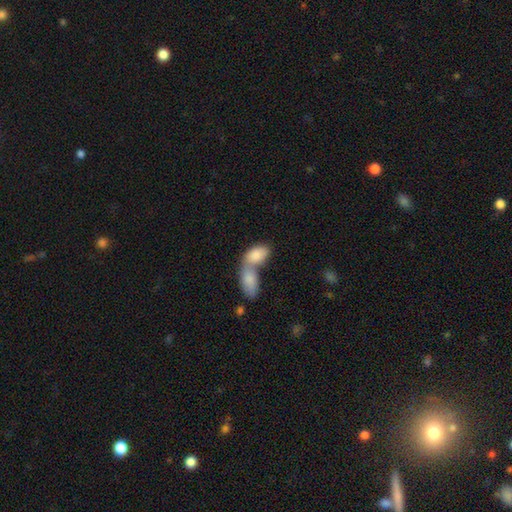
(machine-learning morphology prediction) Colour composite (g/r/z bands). It shows a smooth galaxy with no disk features (83%) that is in between round and cigar-shaped (91%). Merging: merger (71%).